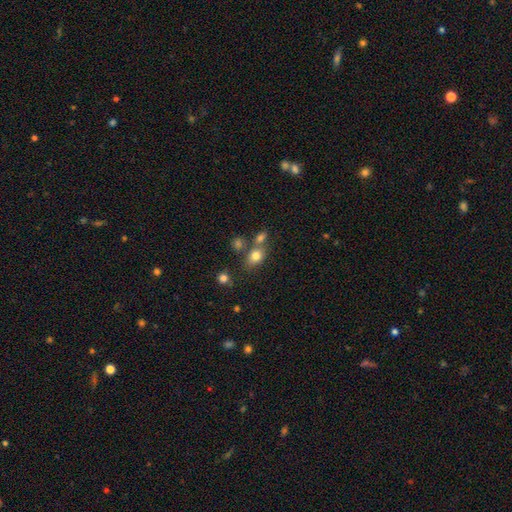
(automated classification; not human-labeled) Smooth or featured?
  - smooth: 78% *
  - star or artifact: 12%
  - featured or disk: 10%
How rounded?
  - in between: 62% *
  - round: 36%
  - cigar-shaped: 2%
Merging?
  - none: 55% *
  - merger: 26%
  - minor disturbance: 14%
  - major disturbance: 6%